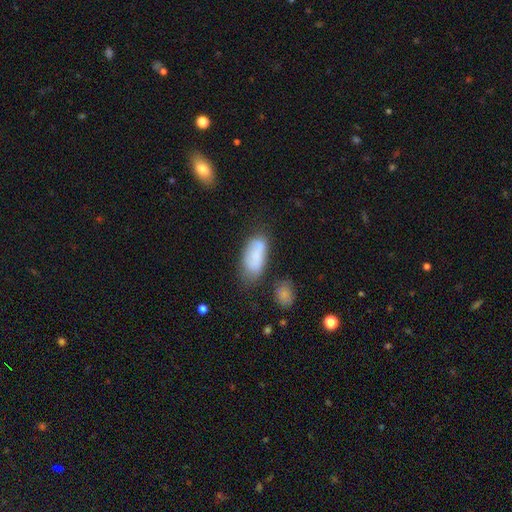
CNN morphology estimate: This is likely a smooth galaxy (70%). How rounded: clearly in between (89%). Merging: possibly none (49%).